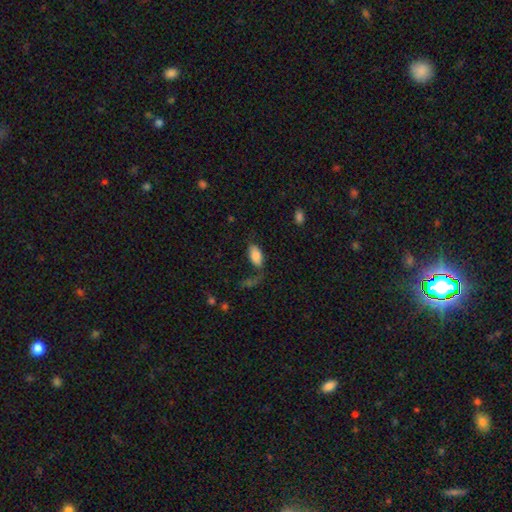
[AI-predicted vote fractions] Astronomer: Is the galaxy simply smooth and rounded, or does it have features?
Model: smooth — 82%.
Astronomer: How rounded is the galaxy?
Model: in between — 92%.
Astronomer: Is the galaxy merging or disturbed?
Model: none — 52%.